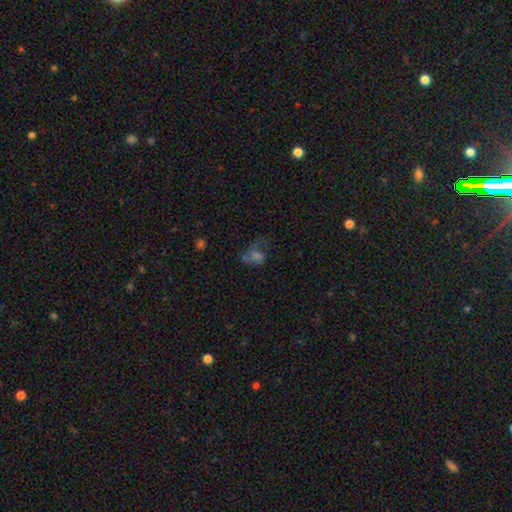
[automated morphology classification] A smooth galaxy with no disk features (44%). Merging: major disturbance (39%).